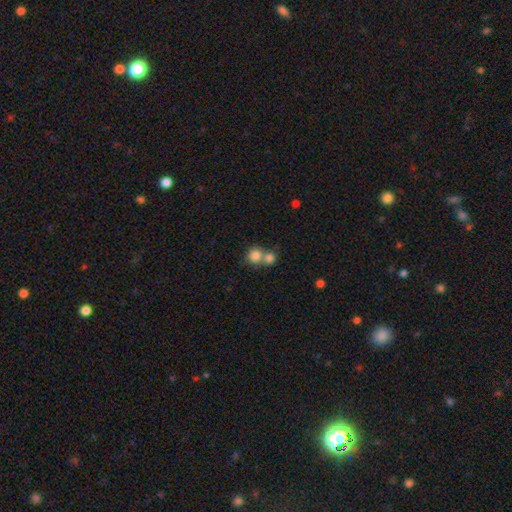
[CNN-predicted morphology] Smooth or featured? smooth (81%)
How rounded? round (87%)
Merging? merger (50%)